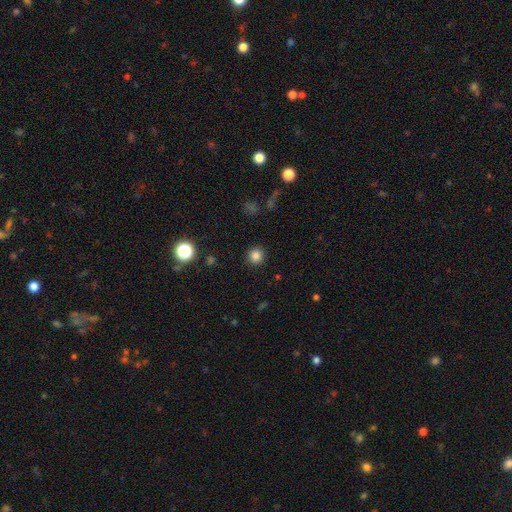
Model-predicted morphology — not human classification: Smooth or featured: smooth — 83% (star or artifact — 13%)
How rounded: round — 92% (in between — 7%)
Merging: none — 91% (minor disturbance — 5%)